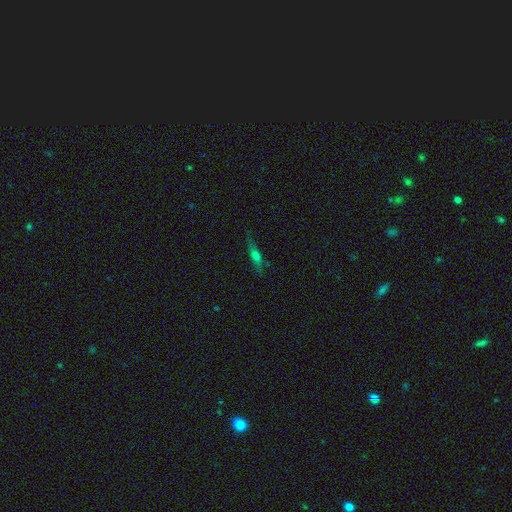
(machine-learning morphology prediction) This is marginally a featured or disk galaxy (44%). Merging: likely none (75%).